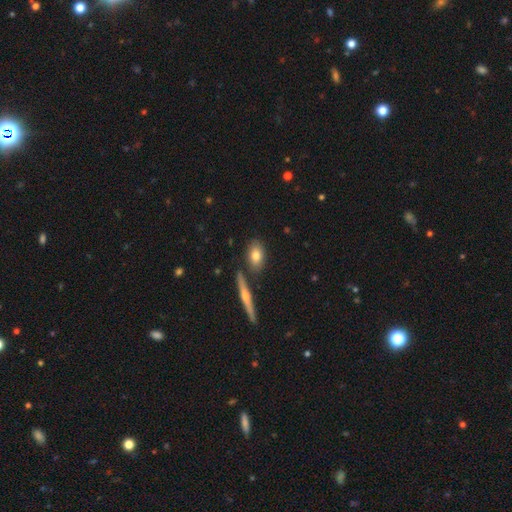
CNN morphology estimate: The model was most divided on "smooth or featured": smooth: 75%, featured or disk: 18%, star or artifact: 6%. More confident: how rounded — in between (81%); merging — none (76%).